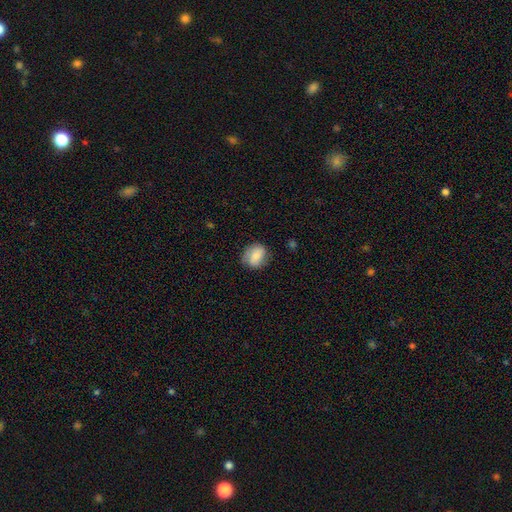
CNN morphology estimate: Overall: smooth (69%). How rounded: round (55%; in between 44%). Merging: none (72%).